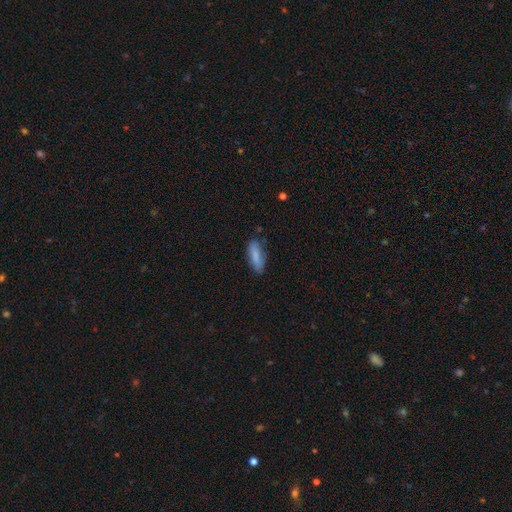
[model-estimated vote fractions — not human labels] Smooth or featured?
  - smooth: 81% *
  - featured or disk: 13%
  - star or artifact: 7%
How rounded?
  - in between: 66% *
  - cigar-shaped: 32%
  - round: 2%
Merging?
  - none: 70% *
  - minor disturbance: 23%
  - major disturbance: 5%
  - merger: 2%